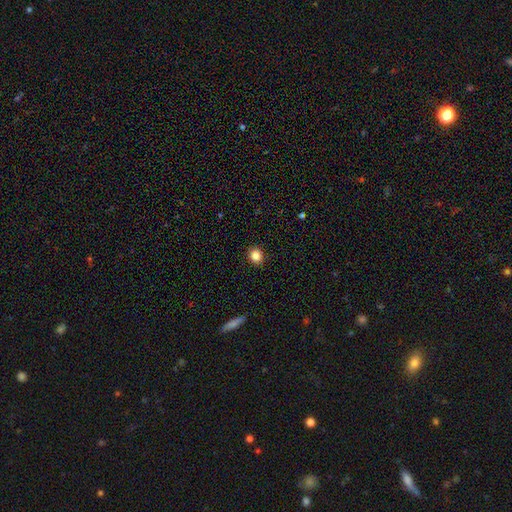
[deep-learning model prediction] Smooth or featured: smooth — 85% (star or artifact — 10%)
How rounded: round — 79% (in between — 20%)
Merging: none — 92% (minor disturbance — 5%)